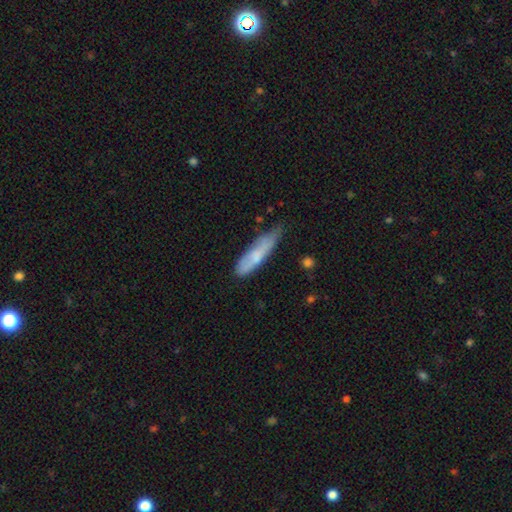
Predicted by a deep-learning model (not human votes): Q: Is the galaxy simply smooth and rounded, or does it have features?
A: smooth — 67%.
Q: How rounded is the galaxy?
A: cigar-shaped — 76%.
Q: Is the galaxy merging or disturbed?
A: none — 52%.